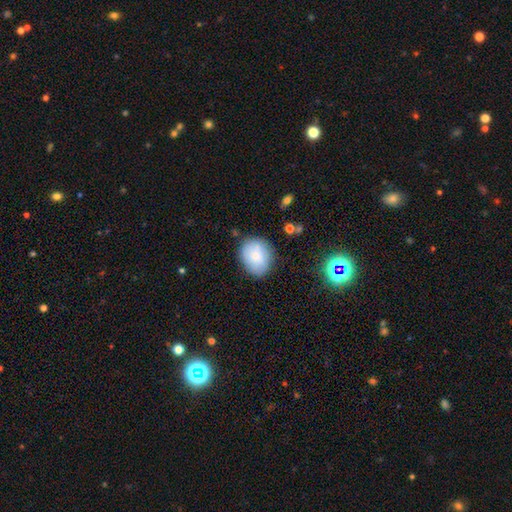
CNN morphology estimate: A smooth galaxy with no disk features (78%) that is round (56%).

Vote fractions:
- Smooth or featured? smooth: 78% / featured or disk: 14% / star or artifact: 8%
- How rounded? round: 56% / in between: 44% / cigar-shaped: 1%
- Merging? none: 74% / minor disturbance: 18% / major disturbance: 4% / merger: 4%